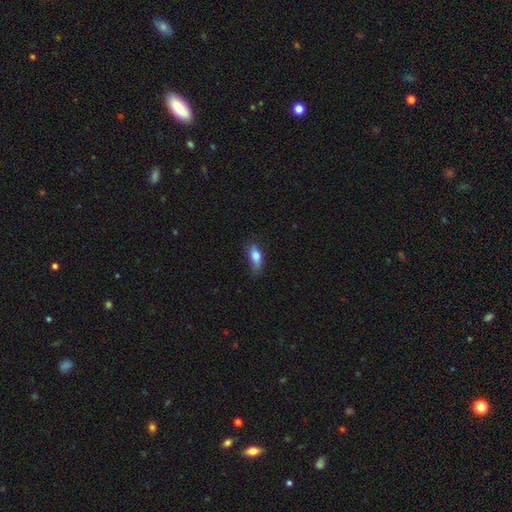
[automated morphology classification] Smooth or featured?
  - smooth: 74% *
  - featured or disk: 18%
  - star or artifact: 7%
How rounded?
  - in between: 72% *
  - cigar-shaped: 24%
  - round: 4%
Merging?
  - none: 57% *
  - minor disturbance: 32%
  - major disturbance: 9%
  - merger: 2%